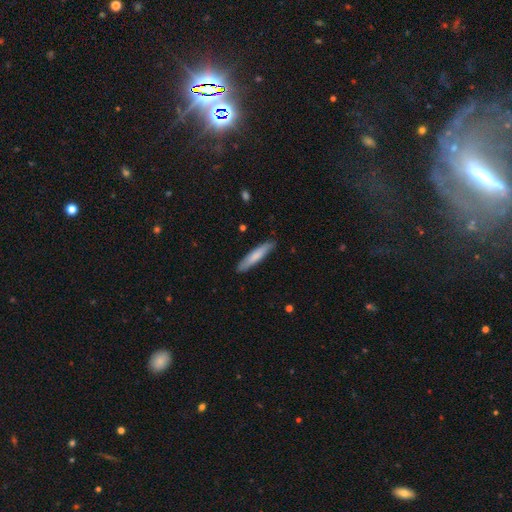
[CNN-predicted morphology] Smooth or featured? Predicted: smooth (p=0.75). How rounded? Predicted: cigar-shaped (p=0.88). Merging? Predicted: none (p=0.87).